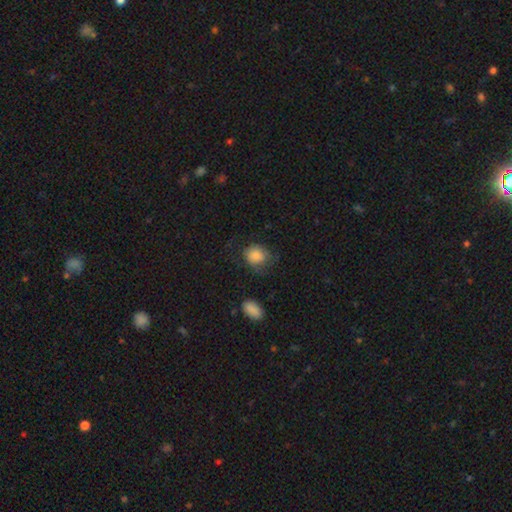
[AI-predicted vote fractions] The model was most divided on "merging": none: 56%, minor disturbance: 26%, major disturbance: 15%, merger: 3%. More confident: smooth or featured — smooth (84%); how rounded — round (65%).